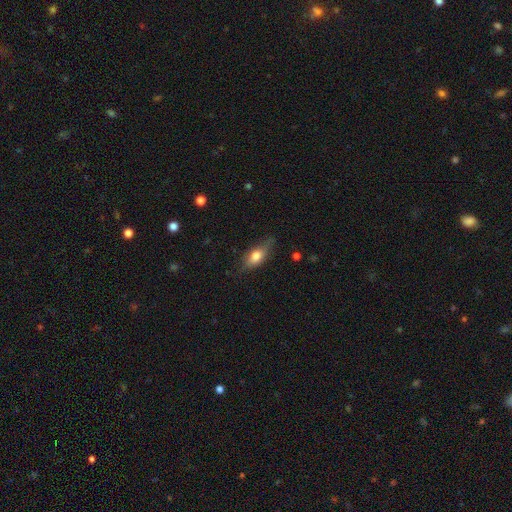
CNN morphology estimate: smooth 61%, featured or disk 31%, star or artifact 7%. Down the decision tree: how rounded — in between (72%); merging — none (72%).